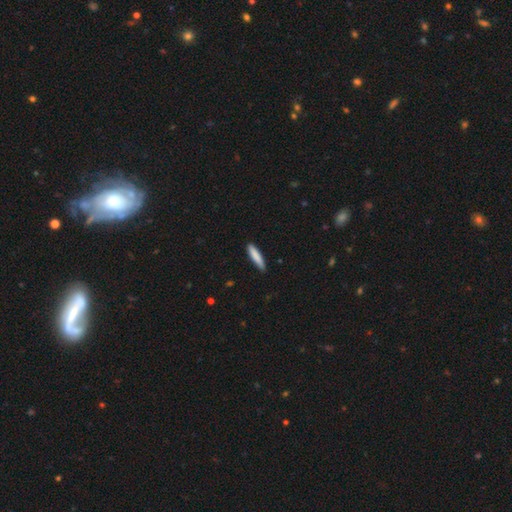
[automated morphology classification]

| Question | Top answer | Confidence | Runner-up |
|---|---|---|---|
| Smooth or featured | smooth | 85% | featured or disk (9%) |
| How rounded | cigar-shaped | 86% | in between (13%) |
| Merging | none | 86% | minor disturbance (11%) |